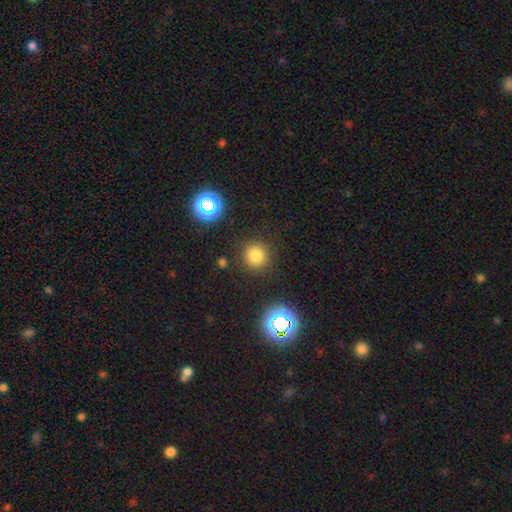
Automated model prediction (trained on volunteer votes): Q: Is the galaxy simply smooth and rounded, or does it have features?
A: smooth — 75%.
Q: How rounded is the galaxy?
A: round — 94%.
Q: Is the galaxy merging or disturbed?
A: none — 88%.